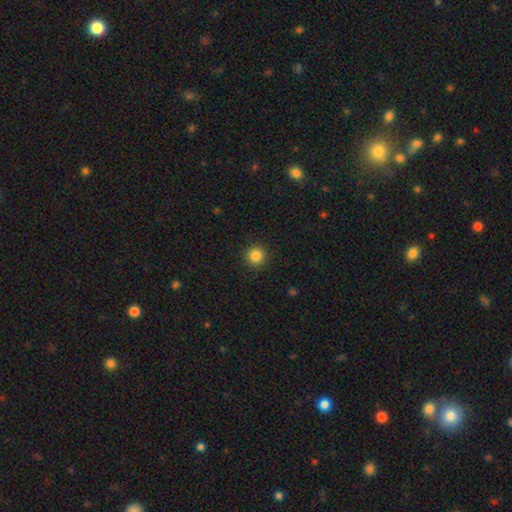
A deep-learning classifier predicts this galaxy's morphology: Smooth or featured: smooth — 85% (star or artifact — 11%)
How rounded: round — 94% (in between — 5%)
Merging: none — 92% (minor disturbance — 5%)